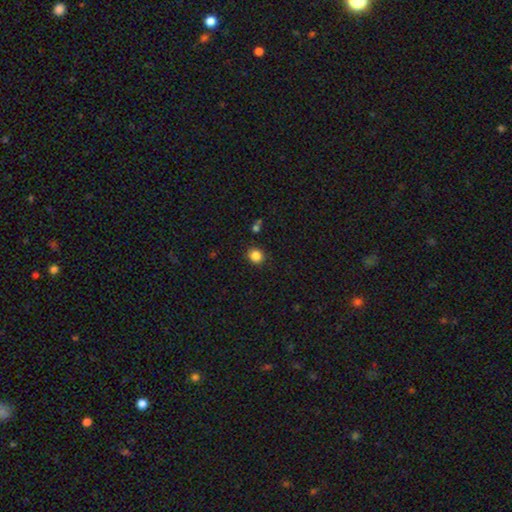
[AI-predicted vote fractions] Smooth or featured? Predicted: smooth (p=0.85). How rounded? Predicted: round (p=0.82). Merging? Predicted: none (p=0.89).